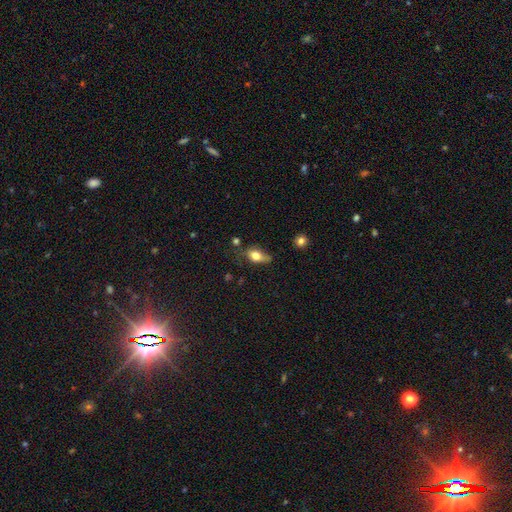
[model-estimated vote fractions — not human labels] This appears to be a smooth galaxy with no disk features (72%) that is in between round and cigar-shaped (82%). Merging: none (48%).